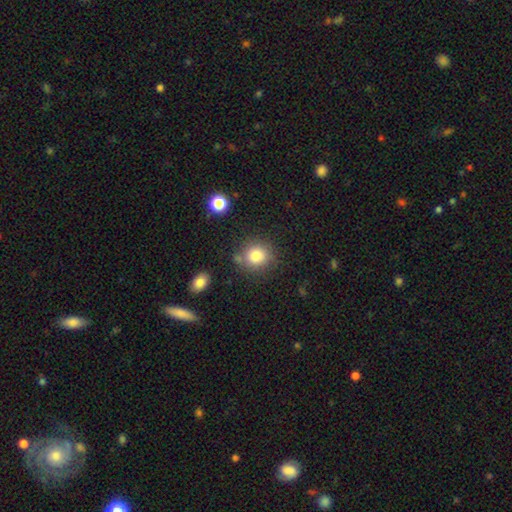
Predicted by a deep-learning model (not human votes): Q: Smooth or featured?
A: smooth (81%); runner-up: star or artifact (11%)
Q: How rounded?
A: round (84%); runner-up: in between (15%)
Q: Merging?
A: none (75%); runner-up: minor disturbance (13%)